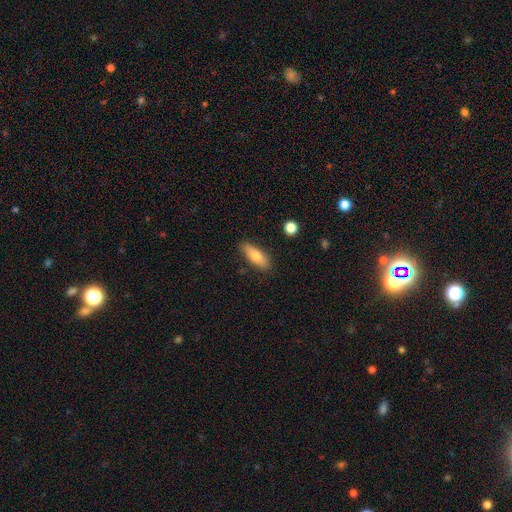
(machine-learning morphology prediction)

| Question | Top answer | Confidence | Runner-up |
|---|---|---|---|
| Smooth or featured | smooth | 80% | featured or disk (14%) |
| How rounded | in between | 62% | cigar-shaped (35%) |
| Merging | none | 85% | minor disturbance (11%) |